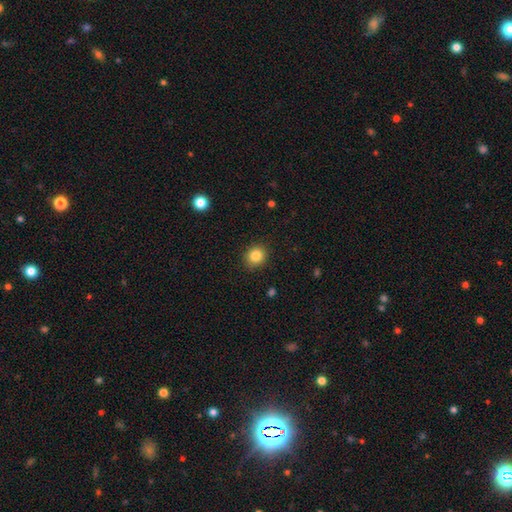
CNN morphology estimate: A smooth galaxy with no disk features (84%) that is round (79%).

Vote fractions:
- Smooth or featured? smooth: 84% / star or artifact: 10% / featured or disk: 5%
- How rounded? round: 79% / in between: 20% / cigar-shaped: 1%
- Merging? none: 89% / minor disturbance: 8% / major disturbance: 2% / merger: 1%